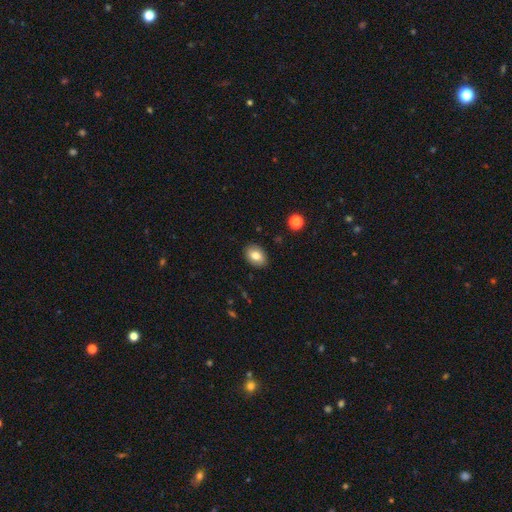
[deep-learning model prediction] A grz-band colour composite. It shows a smooth galaxy with no disk features (80%) that is in between round and cigar-shaped (77%). Merging: none (89%).